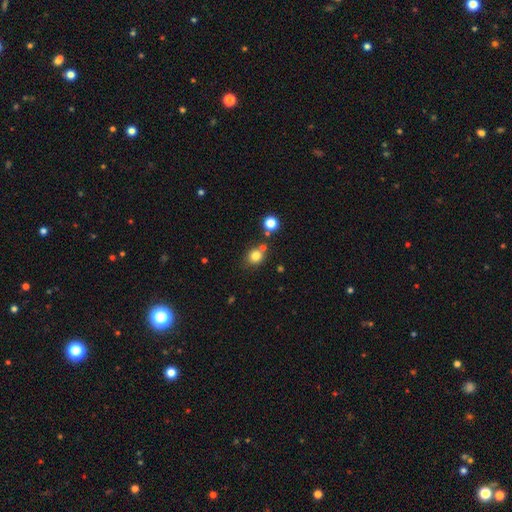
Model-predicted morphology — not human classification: A smooth galaxy with no disk features (80%) that is round (77%). Merging: none (68%).